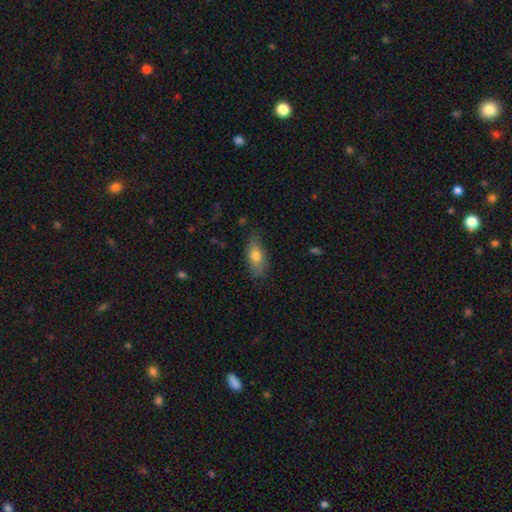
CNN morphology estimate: Smooth or featured: smooth — 74% (featured or disk — 18%)
How rounded: in between — 79% (cigar-shaped — 17%)
Merging: none — 73% (minor disturbance — 20%)